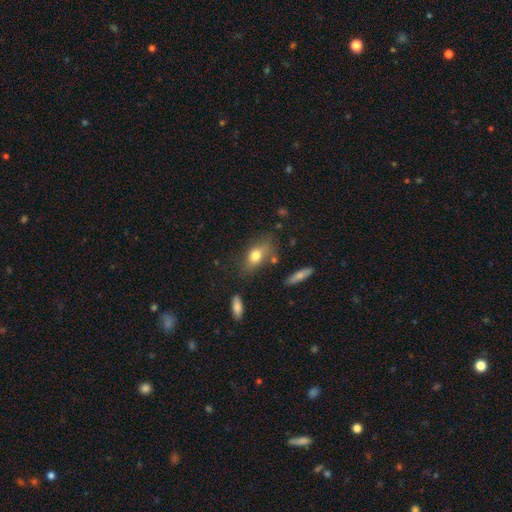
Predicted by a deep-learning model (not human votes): Morphology: type=smooth (73%); roundness=in between (79%); merging=none (55%).